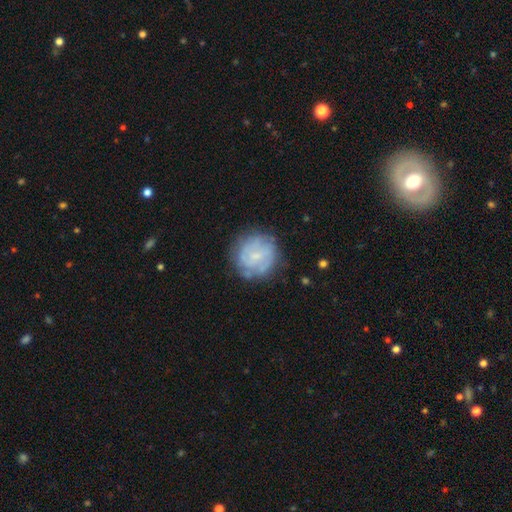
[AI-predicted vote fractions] A featured or disk galaxy (53%) with no bar (55%), spiral arms (63%) and a small central bulge (53%). Merging: none (73%).